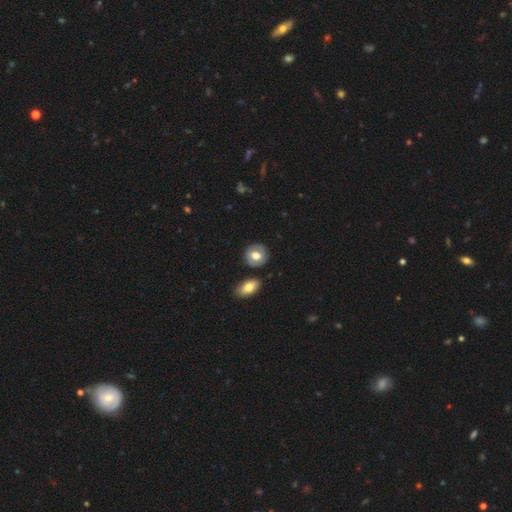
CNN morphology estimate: This appears to be a smooth galaxy with no disk features (62%) that is round (76%). Merging: none (81%).